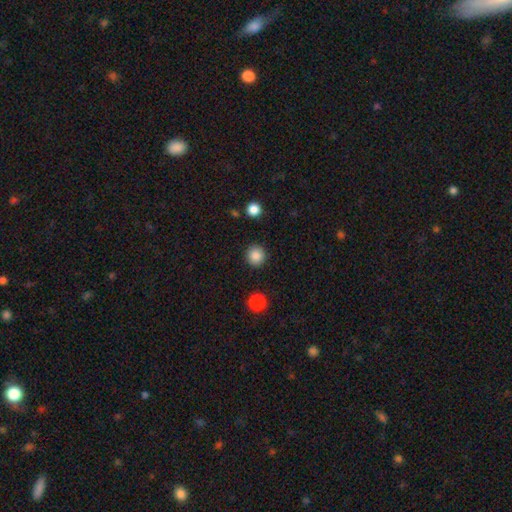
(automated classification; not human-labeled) Smooth or featured? Predicted: smooth (p=0.86). How rounded? Predicted: round (p=0.94). Merging? Predicted: none (p=0.91).